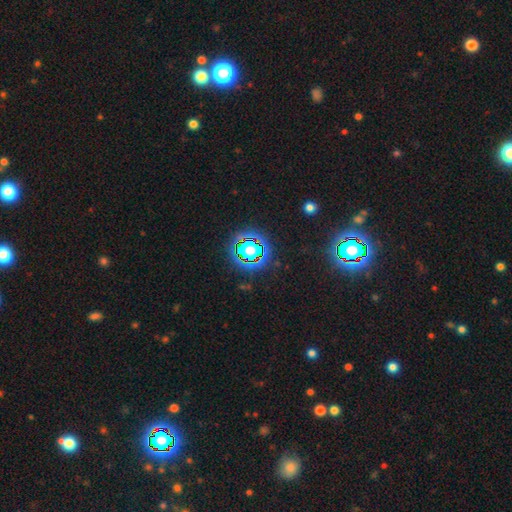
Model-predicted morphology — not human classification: smooth-or-featured: star or artifact: 82% | smooth: 11% | featured or disk: 7%